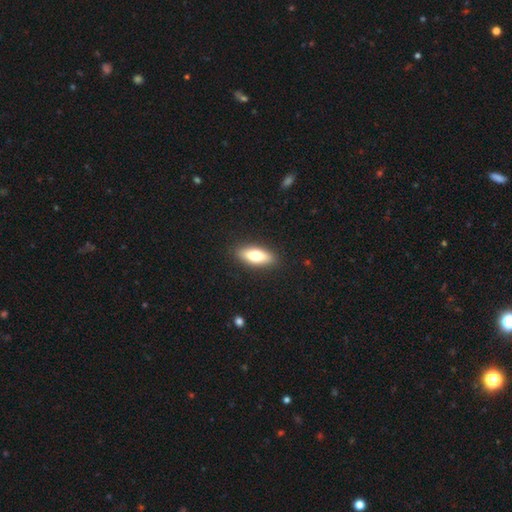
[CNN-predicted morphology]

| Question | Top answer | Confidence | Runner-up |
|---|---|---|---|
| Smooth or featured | smooth | 69% | featured or disk (25%) |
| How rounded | in between | 69% | cigar-shaped (28%) |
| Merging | none | 90% | minor disturbance (7%) |